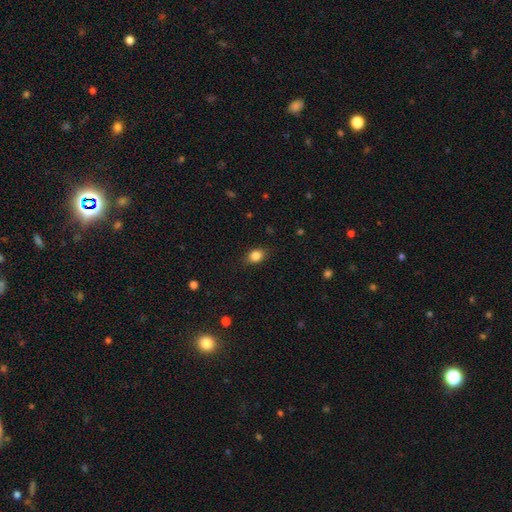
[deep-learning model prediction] Smooth or featured: smooth — 85% (star or artifact — 9%)
How rounded: in between — 68% (round — 31%)
Merging: none — 85% (minor disturbance — 12%)